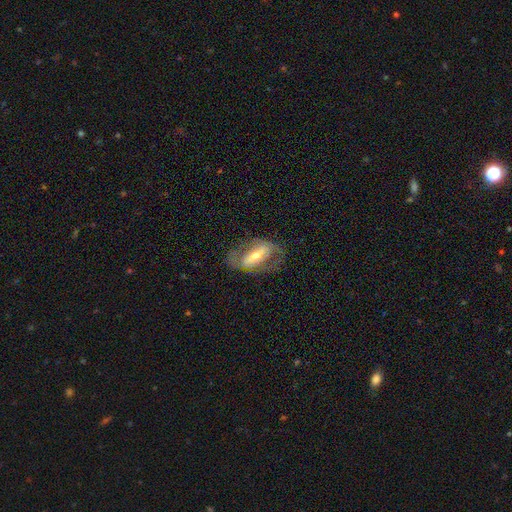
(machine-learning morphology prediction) type=featured or disk (72%); edge-on=no (86%); bar=strong (58%); spiral arms=yes (62%); bulge=moderate (52%); merging=none (65%).